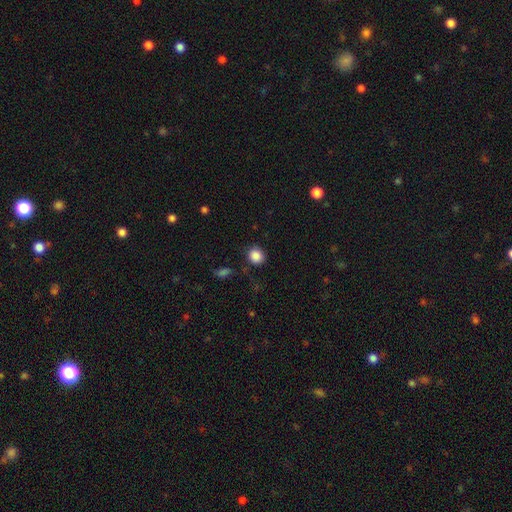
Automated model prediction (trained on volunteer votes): The model was most divided on "how rounded": round: 78%, in between: 21%, cigar-shaped: 1%. More confident: smooth or featured — smooth (87%); merging — none (84%).